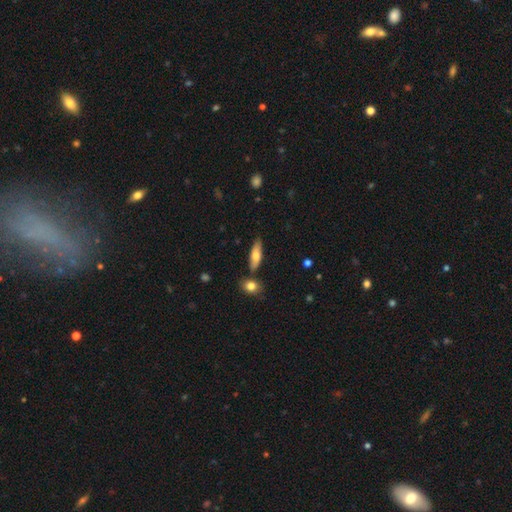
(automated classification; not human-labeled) This is likely a smooth galaxy (71%). How rounded: possibly in between (52%). Merging: likely none (74%).